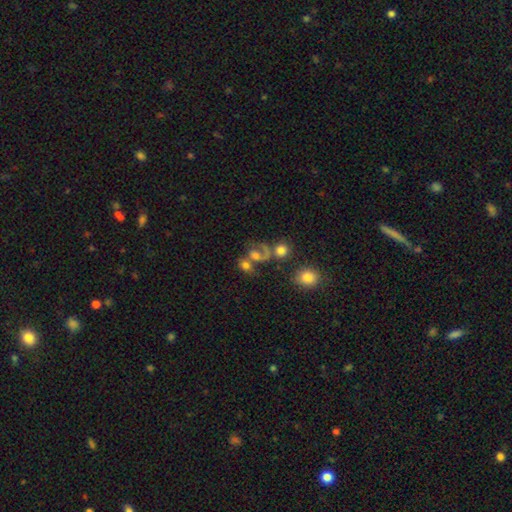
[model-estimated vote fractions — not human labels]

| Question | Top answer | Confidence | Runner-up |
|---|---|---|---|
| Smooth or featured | featured or disk | 49% | smooth (35%) |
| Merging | merger | 42% | none (30%) |